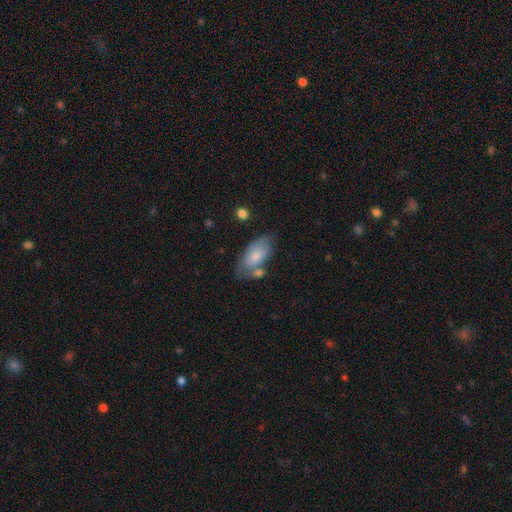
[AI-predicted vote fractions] smooth-or-featured: smooth: 68% | featured or disk: 26% | star or artifact: 6%
  how-rounded: in between: 92% | cigar-shaped: 5% | round: 3%
  merging: none: 51% | minor disturbance: 25% | merger: 15% | major disturbance: 8%